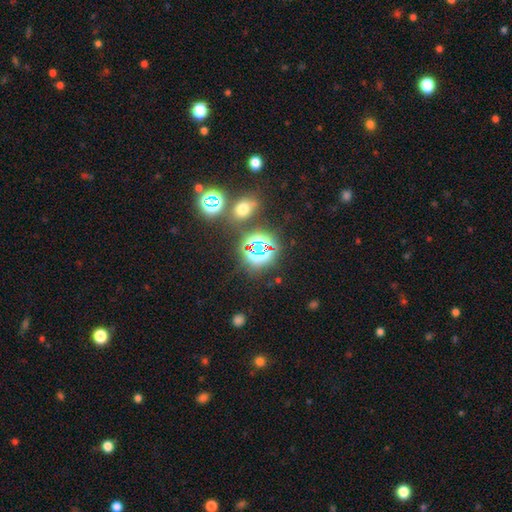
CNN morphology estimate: Smooth or featured?
  - star or artifact: 73% *
  - smooth: 19%
  - featured or disk: 8%